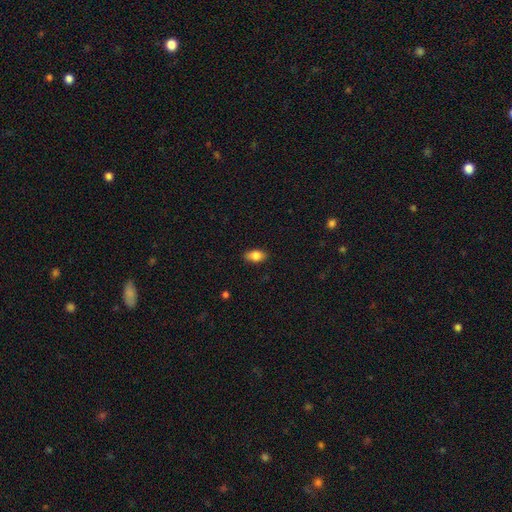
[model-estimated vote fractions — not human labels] Overall: smooth (83%). How rounded: in between (89%). Merging: none (88%).